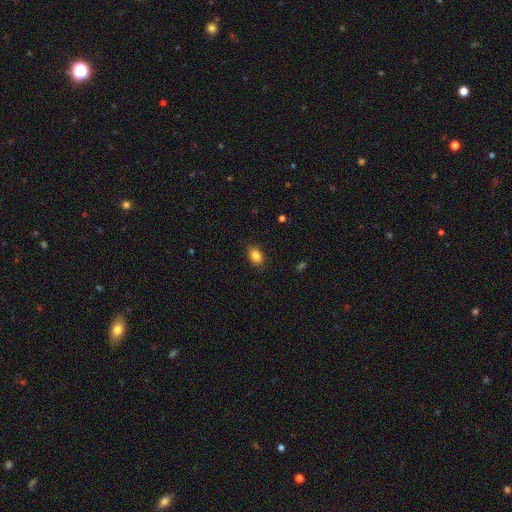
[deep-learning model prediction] A smooth galaxy with no disk features (84%) that is in between round and cigar-shaped (78%). Merging: none (86%).